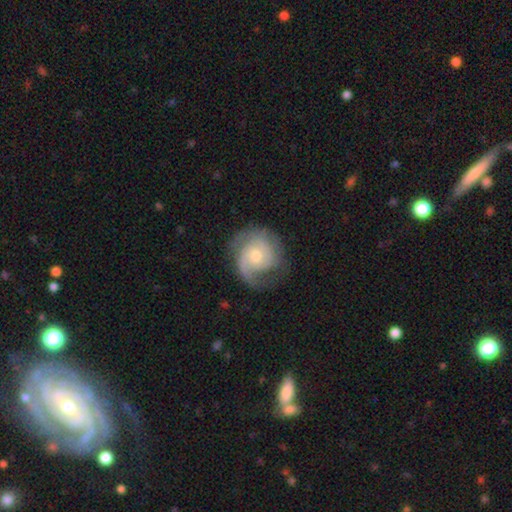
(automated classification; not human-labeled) This appears to be a featured or disk galaxy (79%) with no bar (73%), 2 (46%) tight (43%) spiral arms (94%) and a small central bulge (50%). Merging: none (67%).